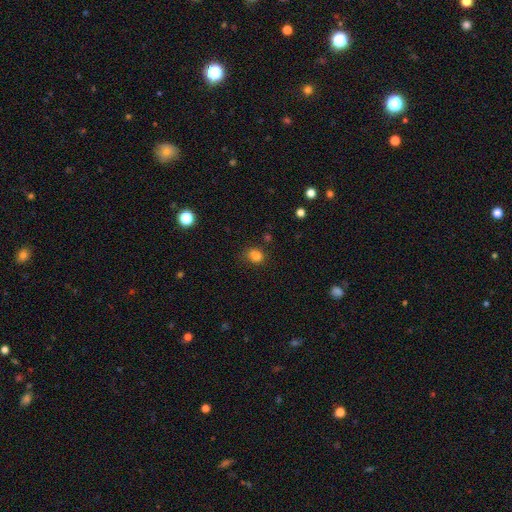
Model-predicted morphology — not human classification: Smooth or featured? smooth (81%)
How rounded? round (61%)
Merging? none (70%)